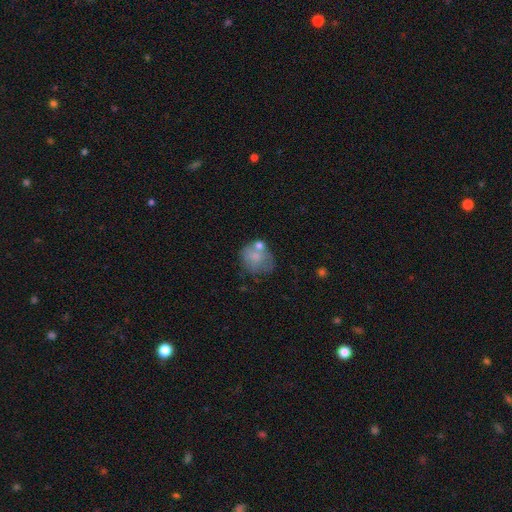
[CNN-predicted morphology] type=smooth (64%); roundness=round (69%); merging=none (46%).